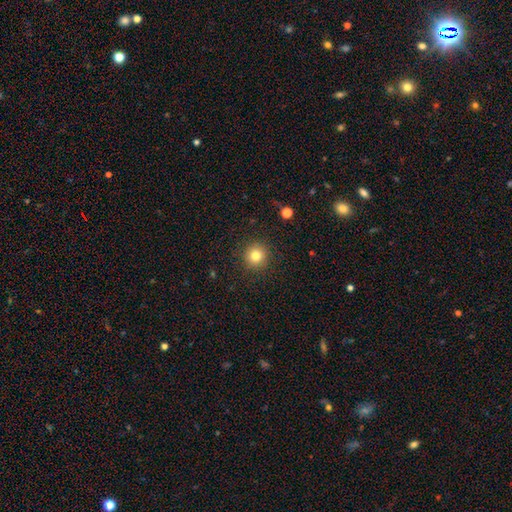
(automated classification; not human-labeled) Smooth or featured? Predicted: smooth (p=0.81). How rounded? Predicted: round (p=0.94). Merging? Predicted: none (p=0.91).